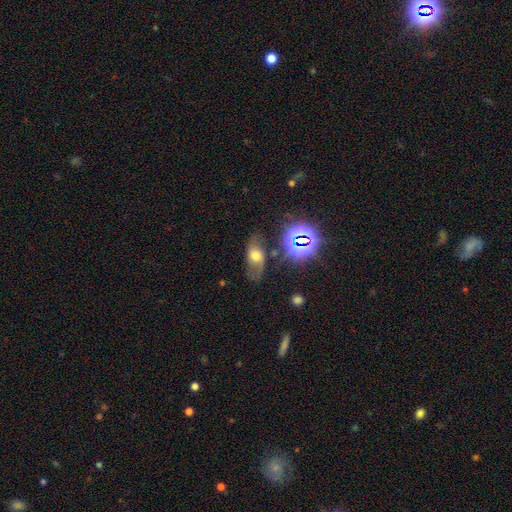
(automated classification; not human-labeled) Q: Smooth or featured?
A: smooth (43%); runner-up: featured or disk (37%)
Q: Merging?
A: none (63%); runner-up: minor disturbance (22%)